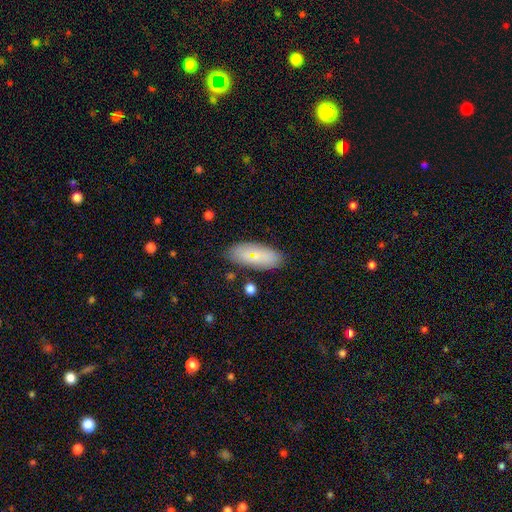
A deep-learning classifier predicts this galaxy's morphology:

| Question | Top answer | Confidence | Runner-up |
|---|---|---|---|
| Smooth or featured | smooth | 66% | featured or disk (26%) |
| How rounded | in between | 81% | cigar-shaped (17%) |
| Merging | none | 81% | minor disturbance (13%) |